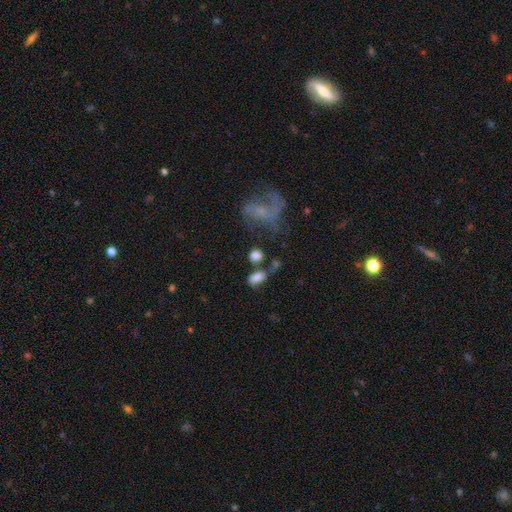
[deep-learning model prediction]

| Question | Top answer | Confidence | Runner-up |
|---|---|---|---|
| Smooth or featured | smooth | 80% | star or artifact (11%) |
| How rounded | in between | 57% | round (40%) |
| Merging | none | 55% | merger (19%) |